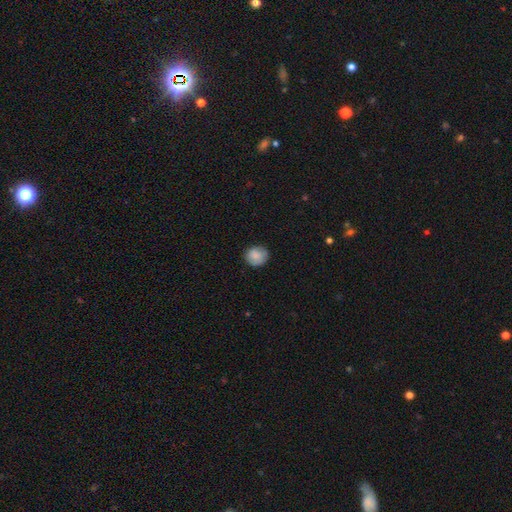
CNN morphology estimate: Smooth or featured: smooth — 83% (featured or disk — 9%)
How rounded: round — 79% (in between — 20%)
Merging: none — 81% (minor disturbance — 15%)